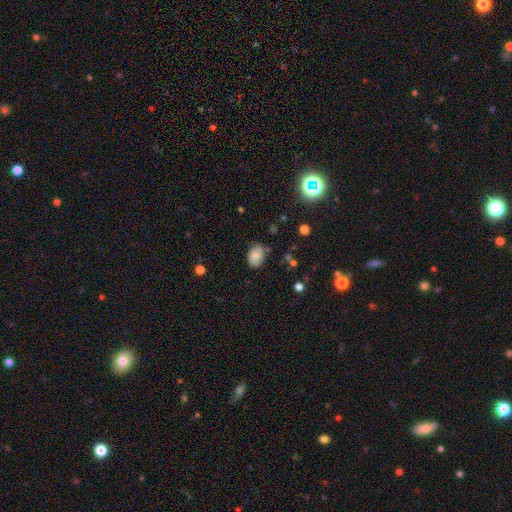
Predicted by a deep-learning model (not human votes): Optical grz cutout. It shows a smooth galaxy with no disk features (72%) that is in between round and cigar-shaped (76%). Merging: none (66%).